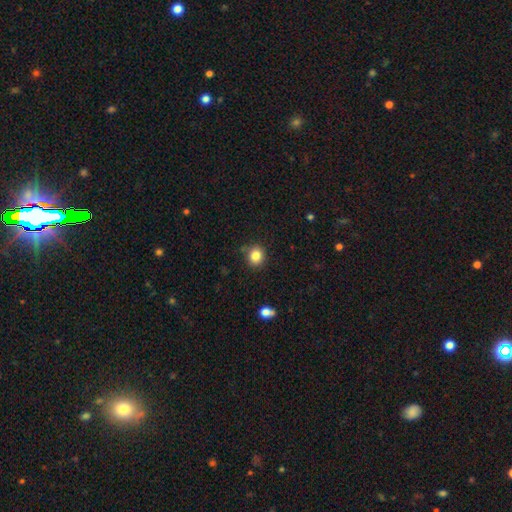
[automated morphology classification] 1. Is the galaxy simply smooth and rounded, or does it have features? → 84% smooth, 11% star or artifact, 5% featured or disk.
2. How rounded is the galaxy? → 78% round, 21% in between, 1% cigar-shaped.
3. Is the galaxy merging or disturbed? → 83% none, 12% minor disturbance, 3% major disturbance, 3% merger.